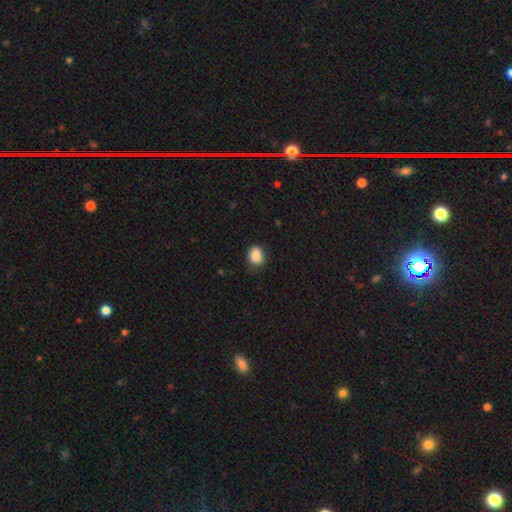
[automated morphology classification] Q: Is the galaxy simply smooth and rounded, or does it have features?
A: smooth — 86%.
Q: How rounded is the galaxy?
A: round — 54%.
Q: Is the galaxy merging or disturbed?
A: none — 78%.